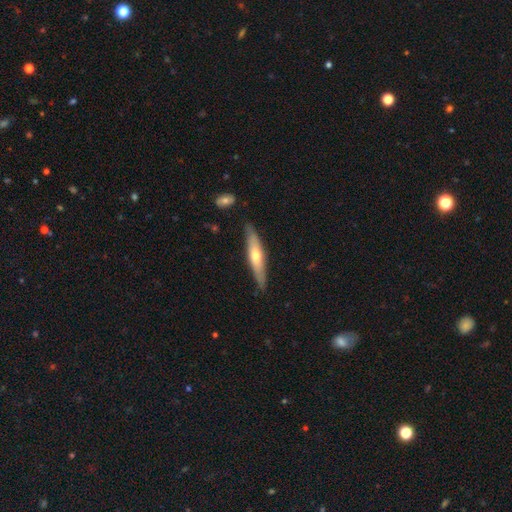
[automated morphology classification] featured or disk 49%, smooth 46%, star or artifact 5%. Down the decision tree: merging — none (84%).